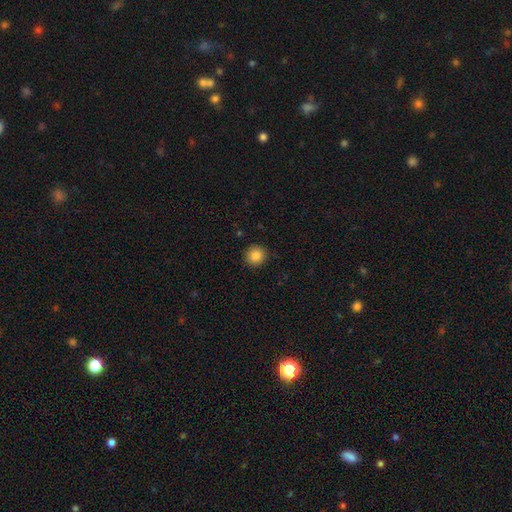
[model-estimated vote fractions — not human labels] This is clearly a smooth galaxy (86%). How rounded: clearly round (93%). Merging: clearly none (91%).